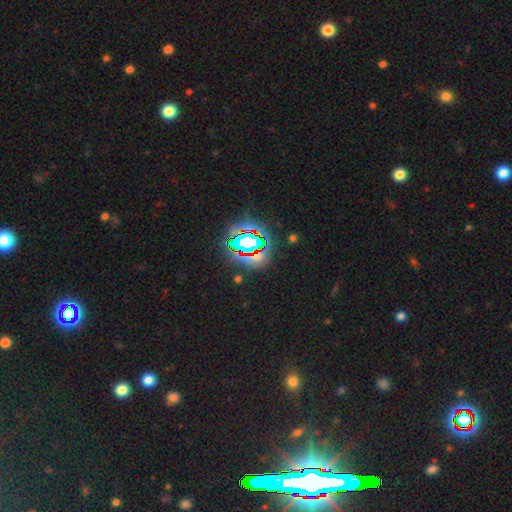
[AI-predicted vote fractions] This appears to be a star or artifact, not a galaxy (69%).